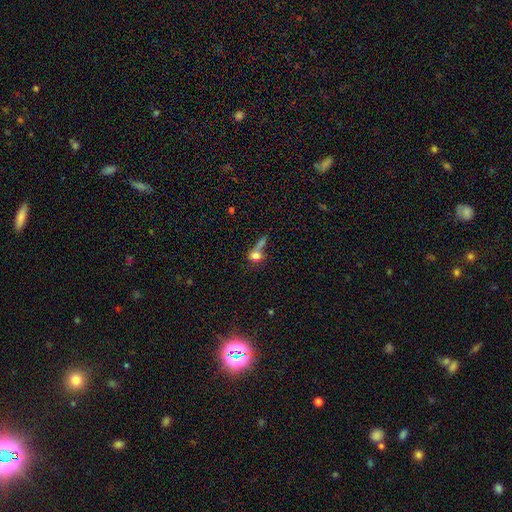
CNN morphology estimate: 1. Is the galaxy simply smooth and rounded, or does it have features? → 72% smooth, 16% featured or disk, 13% star or artifact.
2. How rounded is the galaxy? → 47% in between, 43% round, 10% cigar-shaped.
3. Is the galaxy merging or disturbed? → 45% merger, 30% none, 14% major disturbance, 11% minor disturbance.